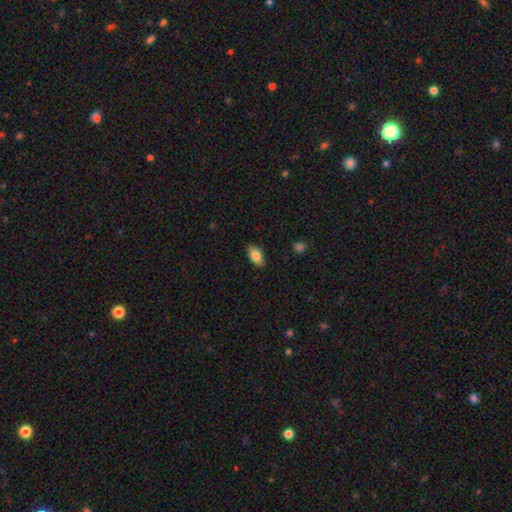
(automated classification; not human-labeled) Smooth or featured? Predicted: smooth (p=0.81). How rounded? Predicted: in between (p=0.89). Merging? Predicted: none (p=0.86).